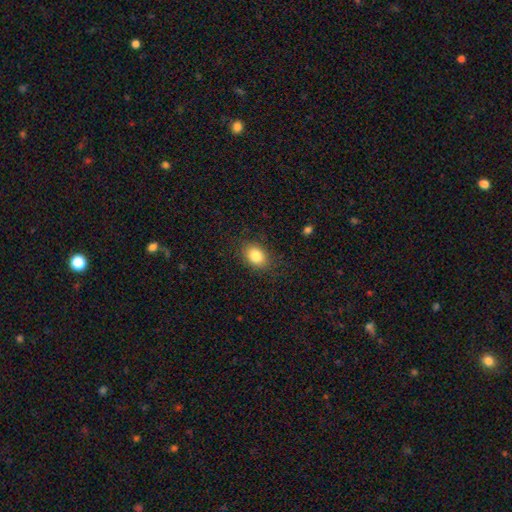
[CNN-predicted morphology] Smooth or featured? Predicted: smooth (p=0.84). How rounded? Predicted: in between (p=0.72). Merging? Predicted: none (p=0.84).